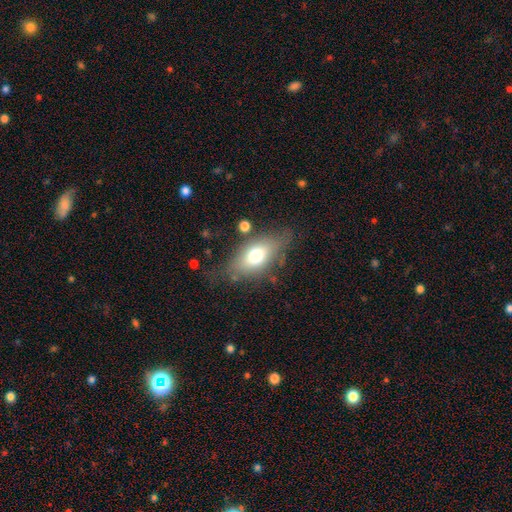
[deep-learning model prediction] A smooth galaxy with no disk features (65%) that is in between round and cigar-shaped (82%). Merging: none (66%).